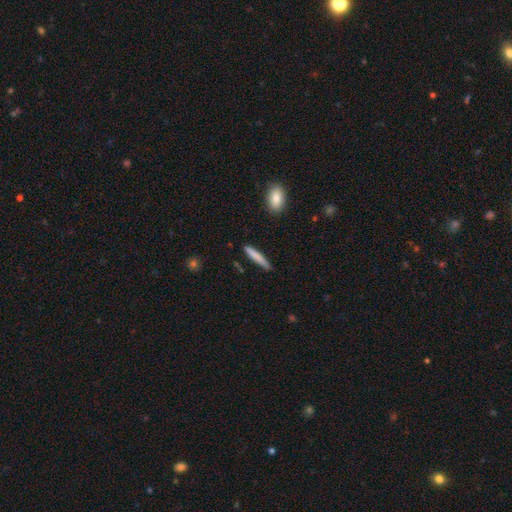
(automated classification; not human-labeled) Smooth or featured? Predicted: smooth (p=0.77). How rounded? Predicted: cigar-shaped (p=0.93). Merging? Predicted: none (p=0.84).